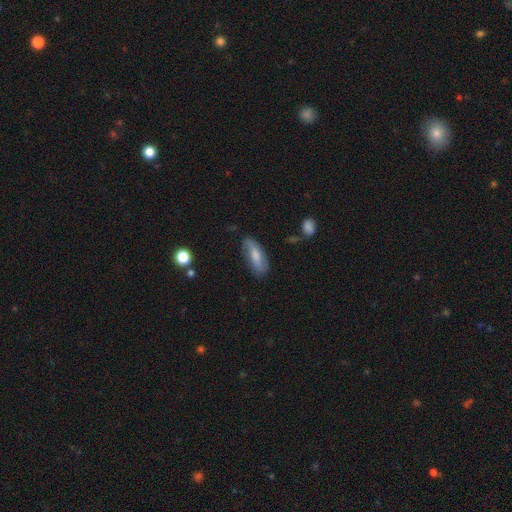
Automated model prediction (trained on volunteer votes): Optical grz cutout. It shows a smooth galaxy with no disk features (56%) that is in between round and cigar-shaped (70%). Merging: none (69%).